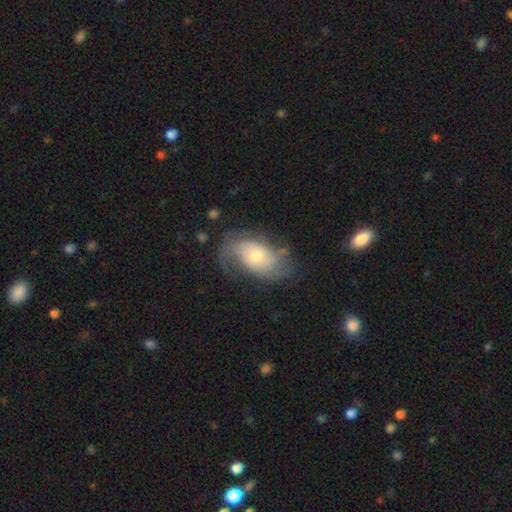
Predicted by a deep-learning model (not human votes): This is likely a featured or disk galaxy (64%). It is clearly not viewed edge-on (95%). Bar: likely no (75%). Spiral arm pattern: clearly yes (84%). Spiral arm count: possibly 2 (56%). Spiral winding: marginally medium (38%). Central bulge: possibly moderate (47%). Merging: possibly none (53%).